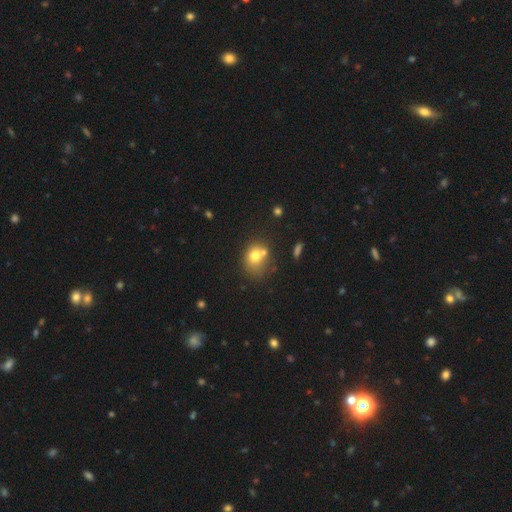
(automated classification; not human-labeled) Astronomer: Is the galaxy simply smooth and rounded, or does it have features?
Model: smooth — 71%.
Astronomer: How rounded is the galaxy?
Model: round — 59% (runner-up: in between, 40%).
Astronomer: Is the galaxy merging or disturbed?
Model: none — 44% (runner-up: merger, 31%).